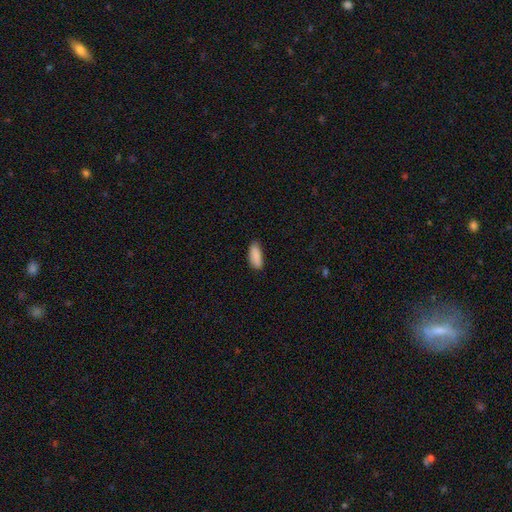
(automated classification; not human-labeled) smooth-or-featured: smooth: 90% | star or artifact: 7% | featured or disk: 4%
  how-rounded: in between: 75% | cigar-shaped: 23% | round: 2%
  merging: none: 83% | minor disturbance: 13% | major disturbance: 2% | merger: 1%